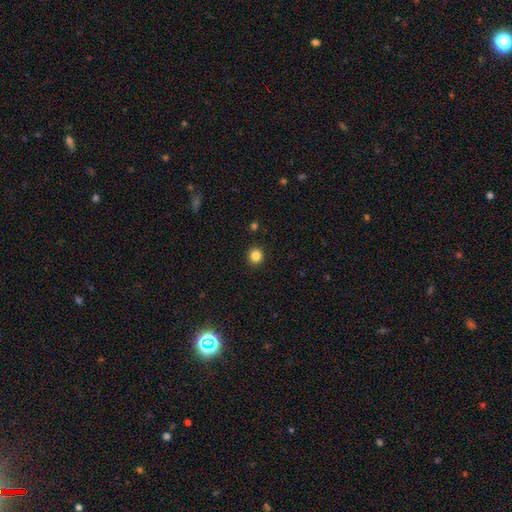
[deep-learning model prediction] Smooth or featured?
  - smooth: 84% *
  - star or artifact: 12%
  - featured or disk: 4%
How rounded?
  - round: 91% *
  - in between: 8%
  - cigar-shaped: 1%
Merging?
  - none: 92% *
  - minor disturbance: 5%
  - major disturbance: 2%
  - merger: 1%